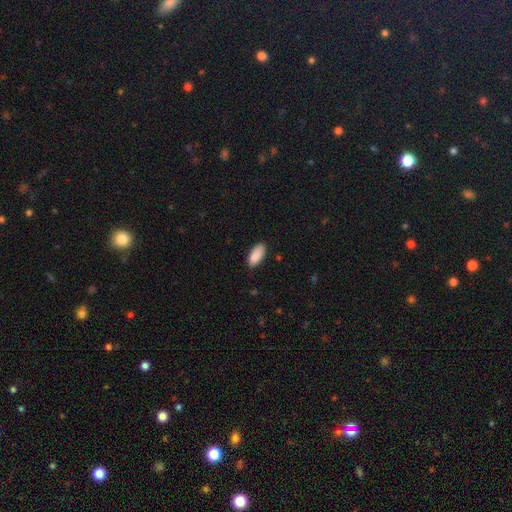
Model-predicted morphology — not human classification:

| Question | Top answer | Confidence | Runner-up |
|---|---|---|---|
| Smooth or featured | smooth | 89% | star or artifact (6%) |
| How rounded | in between | 89% | cigar-shaped (9%) |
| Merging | none | 81% | minor disturbance (15%) |